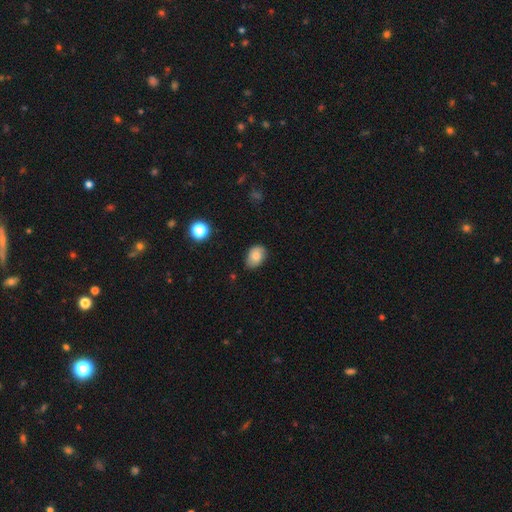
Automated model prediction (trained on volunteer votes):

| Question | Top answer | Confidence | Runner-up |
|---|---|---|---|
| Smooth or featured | smooth | 81% | featured or disk (11%) |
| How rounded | in between | 82% | round (17%) |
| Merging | none | 74% | minor disturbance (21%) |